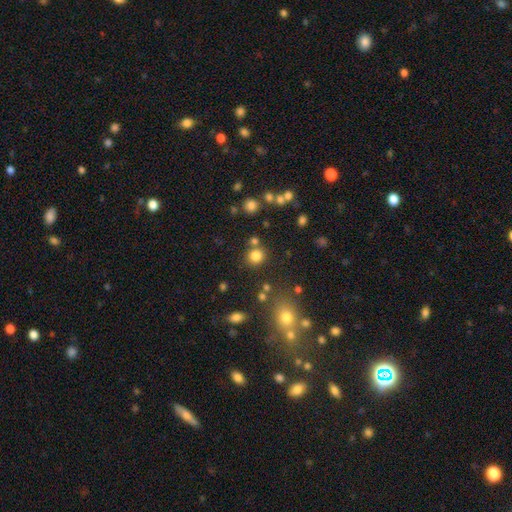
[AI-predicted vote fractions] The model was most divided on "merging": none: 76%, merger: 12%, minor disturbance: 9%, major disturbance: 4%. More confident: how rounded — round (87%); smooth or featured — smooth (79%).